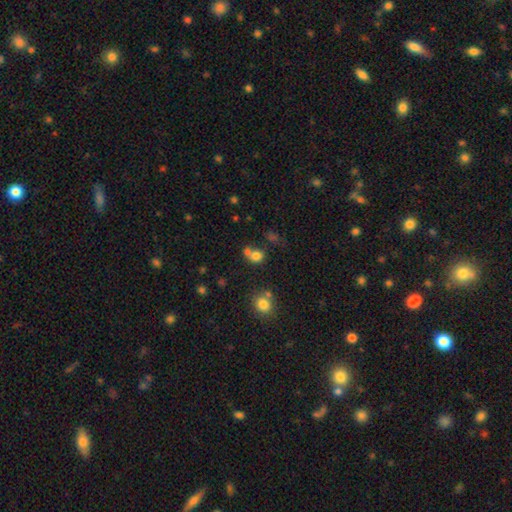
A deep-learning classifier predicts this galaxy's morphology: Overall: smooth (75%). How rounded: round (72%). Merging: none (42%, tied with merger).